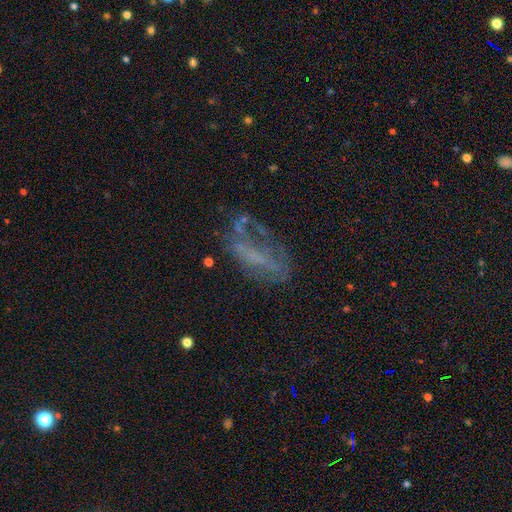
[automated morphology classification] This appears to be a featured or disk galaxy (51%). Merging: none (40%).